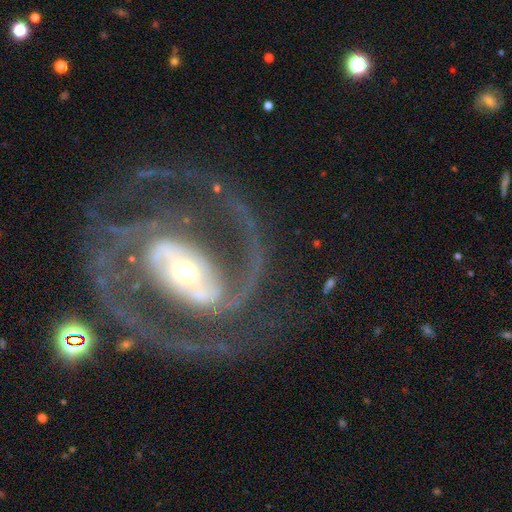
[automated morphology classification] Q: Smooth or featured?
A: featured or disk (92%); runner-up: star or artifact (5%)
Q: Edge-on disk?
A: no (97%); runner-up: yes (3%)
Q: Bar?
A: strong (48%); runner-up: weak (30%)
Q: Spiral arms?
A: yes (97%); runner-up: no (3%)
Q: Spiral winding?
A: medium (54%); runner-up: tight (34%)
Q: Spiral arm count?
A: 2 (84%); runner-up: 3 (5%)
Q: Bulge size?
A: moderate (46%); runner-up: small (41%)
Q: Merging?
A: none (70%); runner-up: major disturbance (14%)